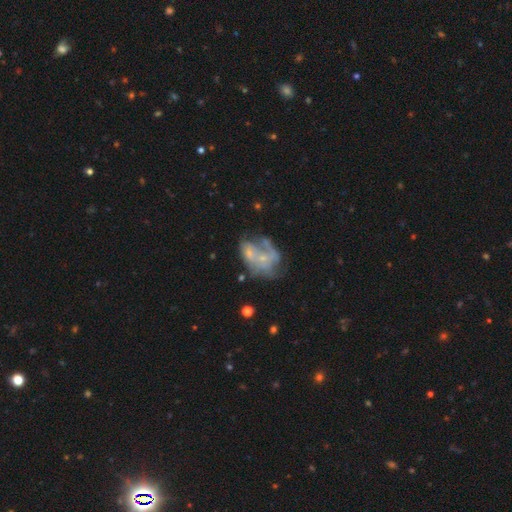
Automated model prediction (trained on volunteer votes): Smooth or featured: featured or disk — 65% (smooth — 23%)
Edge-on disk: no — 98% (yes — 2%)
Bar: no — 79% (weak — 17%)
Spiral arms: no — 50% (tied with yes — 50%)
Bulge size: small — 65% (none — 18%)
Merging: merger — 32% (none — 27%)